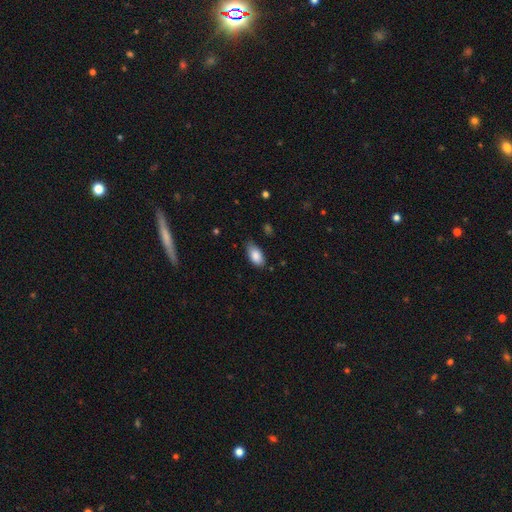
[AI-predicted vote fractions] The model was most divided on "merging": none: 73%, minor disturbance: 22%, major disturbance: 3%, merger: 1%. More confident: how rounded — in between (93%); smooth or featured — smooth (86%).